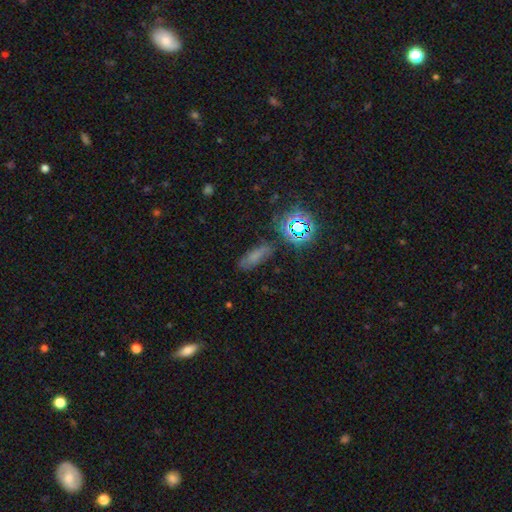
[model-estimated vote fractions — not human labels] This is possibly a smooth galaxy (57%). How rounded: possibly in between (58%). Merging: likely none (73%).